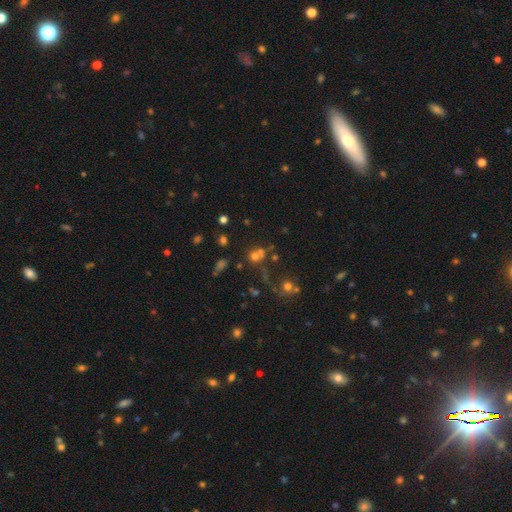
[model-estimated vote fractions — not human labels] This is possibly a smooth galaxy (58%). How rounded: clearly round (82%). Merging: possibly none (50%).